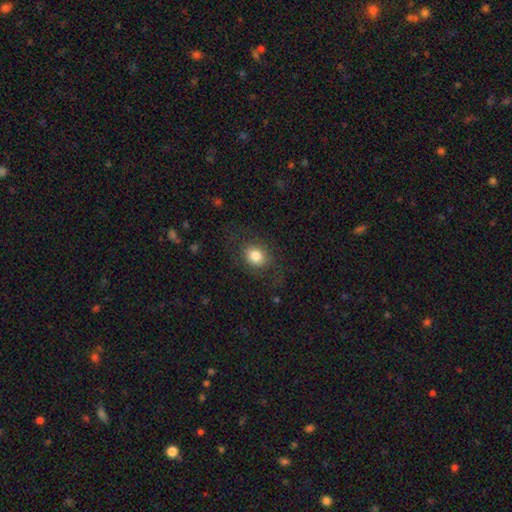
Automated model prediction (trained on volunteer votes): This is likely a smooth galaxy (80%). How rounded: possibly round (56%). Merging: likely none (74%).